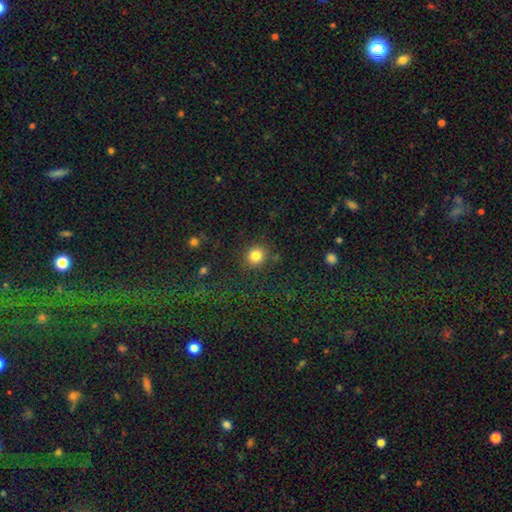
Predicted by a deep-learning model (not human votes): This is clearly a smooth galaxy (83%). How rounded: clearly round (83%). Merging: clearly none (85%).